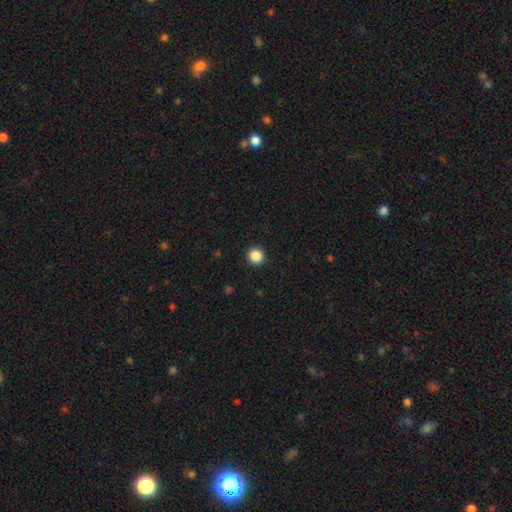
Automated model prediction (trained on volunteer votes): smooth 87%, star or artifact 10%, featured or disk 3%. Down the decision tree: how rounded — round (94%); merging — none (93%).